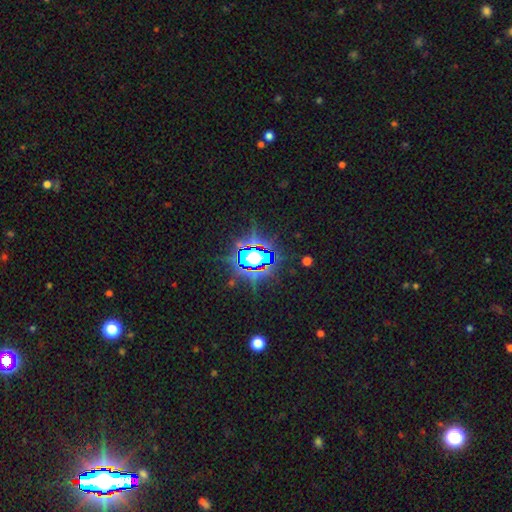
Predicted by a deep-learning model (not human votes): A star or artifact, not a galaxy (78%).

Vote fractions:
- Smooth or featured? star or artifact: 78% / smooth: 12% / featured or disk: 11%